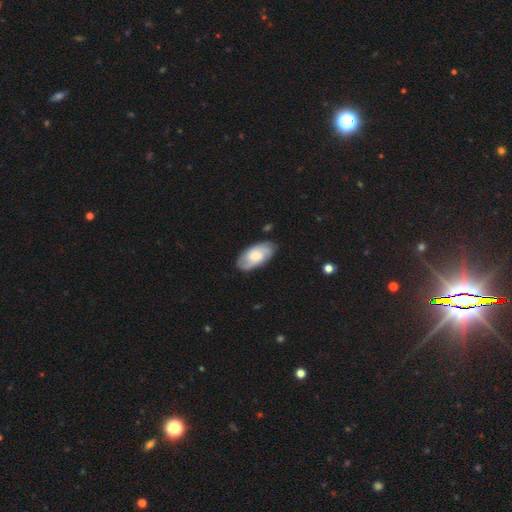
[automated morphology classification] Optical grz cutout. It shows a featured or disk galaxy (54%) with no bar (66%), spiral arms (90%) and a moderate central bulge (42%). Merging: none (83%).